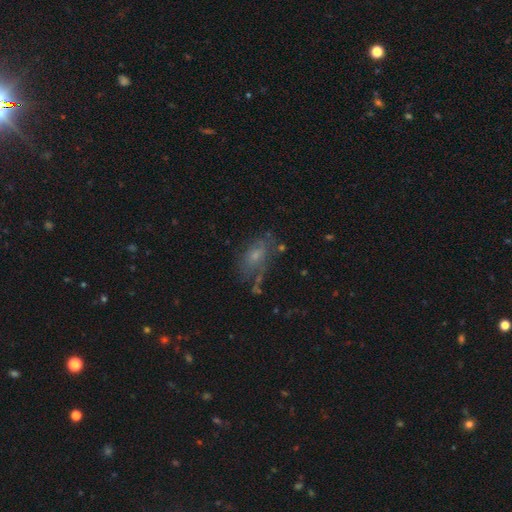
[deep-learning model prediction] Overall: smooth (53%; featured or disk 34%). How rounded: in between (84%). Merging: none (53%; minor disturbance 24%).